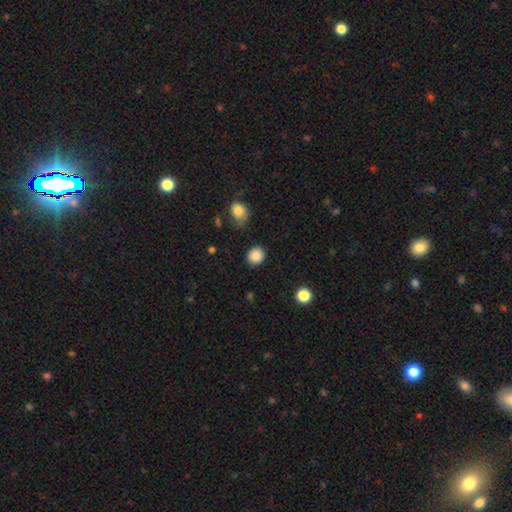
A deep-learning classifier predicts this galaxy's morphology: Smooth or featured?
  - smooth: 88% *
  - star or artifact: 9%
  - featured or disk: 3%
How rounded?
  - round: 84% *
  - in between: 15%
  - cigar-shaped: 1%
Merging?
  - none: 84% *
  - minor disturbance: 11%
  - major disturbance: 3%
  - merger: 2%